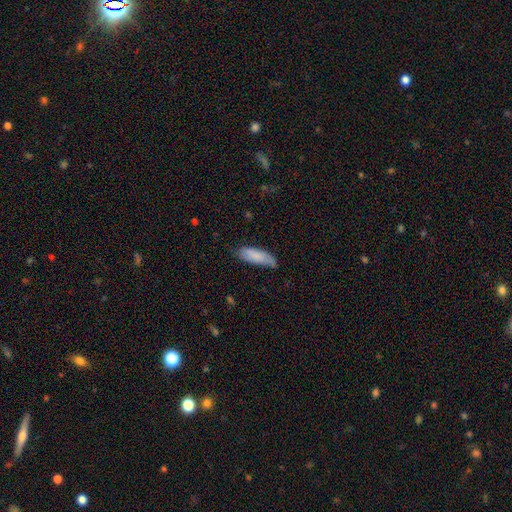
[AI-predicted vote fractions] Overall: smooth (80%). How rounded: in between (65%; cigar-shaped 33%). Merging: none (59%; minor disturbance 32%).